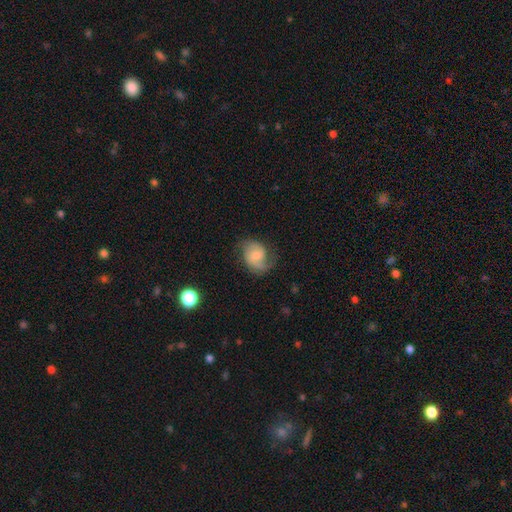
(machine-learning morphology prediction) featured or disk 60%, smooth 32%, star or artifact 7%. Down the decision tree: edge-on disk — no (97%); bar — no (62%); spiral arms — yes (91%); spiral arm count — 2 (72%); spiral winding — medium (45%); bulge size — small (41%); merging — none (61%).